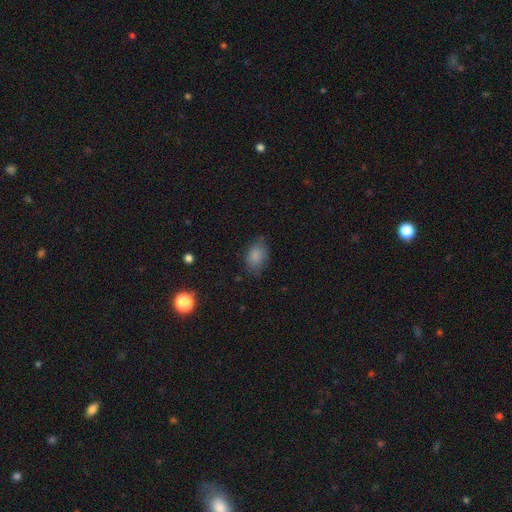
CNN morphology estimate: Overall: smooth (84%). How rounded: in between (84%). Merging: none (72%).